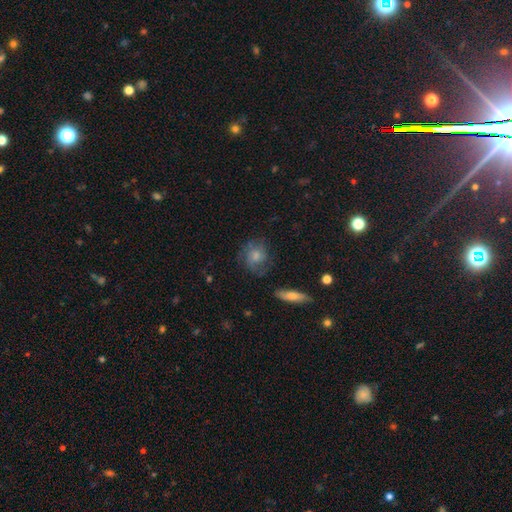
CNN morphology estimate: A smooth galaxy with no disk features (52%) that is round (68%).

Vote fractions:
- Smooth or featured? smooth: 52% / featured or disk: 39% / star or artifact: 8%
- How rounded? round: 68% / in between: 29% / cigar-shaped: 2%
- Merging? none: 61% / minor disturbance: 23% / major disturbance: 13% / merger: 3%